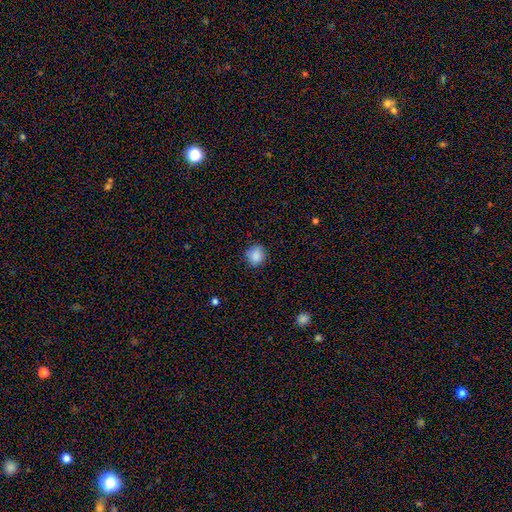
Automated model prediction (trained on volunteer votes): A smooth galaxy with no disk features (87%) that is round (88%). Merging: none (86%).